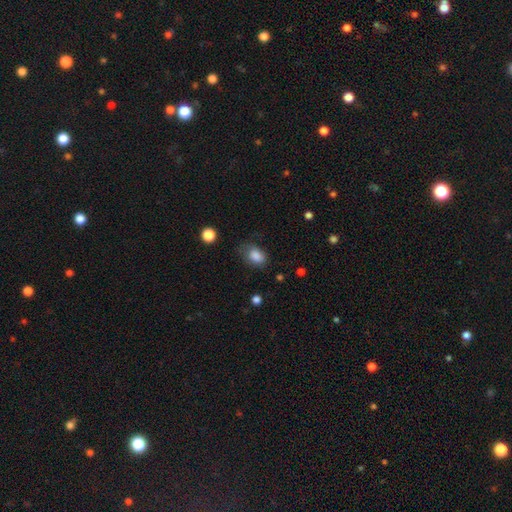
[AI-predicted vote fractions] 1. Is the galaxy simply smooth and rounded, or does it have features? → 85% smooth, 9% star or artifact, 6% featured or disk.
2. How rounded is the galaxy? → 74% in between, 25% round, 1% cigar-shaped.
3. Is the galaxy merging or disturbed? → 58% none, 28% minor disturbance, 12% major disturbance, 2% merger.